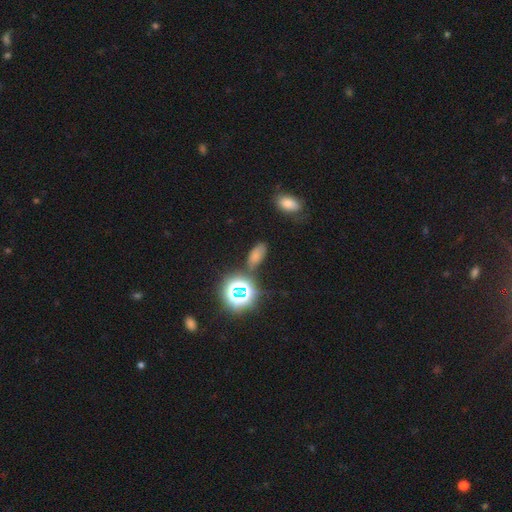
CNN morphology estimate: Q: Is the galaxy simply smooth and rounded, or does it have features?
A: smooth — 59%.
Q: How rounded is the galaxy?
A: in between — 85%.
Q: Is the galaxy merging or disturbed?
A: none — 68%.